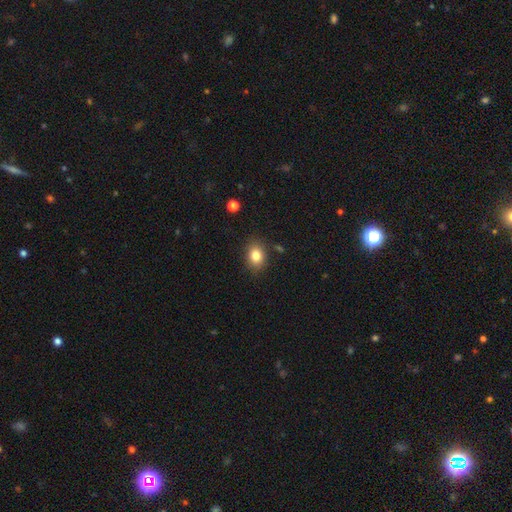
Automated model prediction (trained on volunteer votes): Smooth or featured: smooth — 83% (star or artifact — 10%)
How rounded: in between — 59% (round — 40%)
Merging: none — 84% (minor disturbance — 11%)